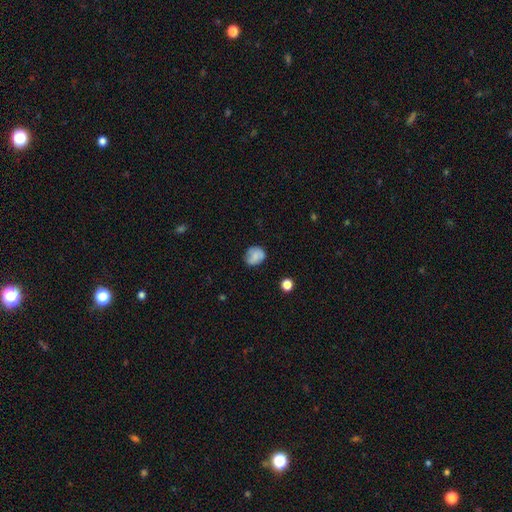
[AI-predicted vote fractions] Q: Smooth or featured?
A: smooth (75%); runner-up: featured or disk (16%)
Q: How rounded?
A: round (64%); runner-up: in between (35%)
Q: Merging?
A: none (71%); runner-up: minor disturbance (22%)